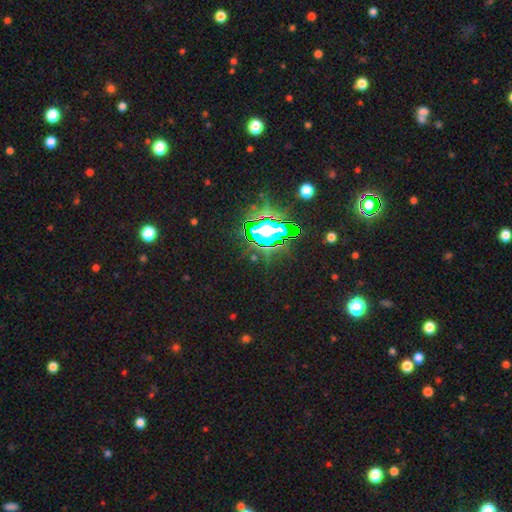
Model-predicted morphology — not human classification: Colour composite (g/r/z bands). It shows a star or artifact, not a galaxy (75%).